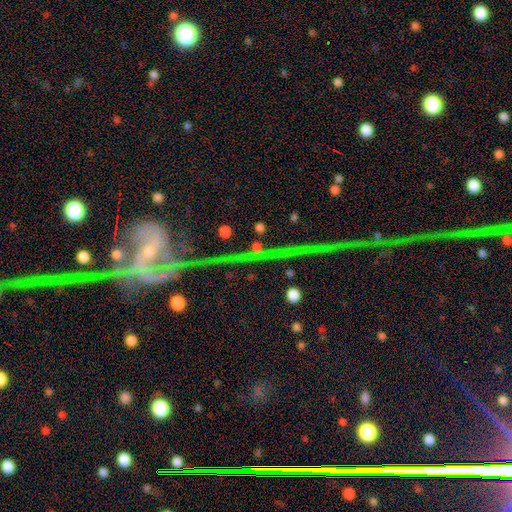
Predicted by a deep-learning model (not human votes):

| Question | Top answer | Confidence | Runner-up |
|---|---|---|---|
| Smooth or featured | featured or disk | 66% | star or artifact (22%) |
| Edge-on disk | no | 80% | yes (20%) |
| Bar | no | 37% | strong (33%) |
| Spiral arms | yes | 75% | no (25%) |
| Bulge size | small | 63% | moderate (24%) |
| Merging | none | 47% | major disturbance (26%) |